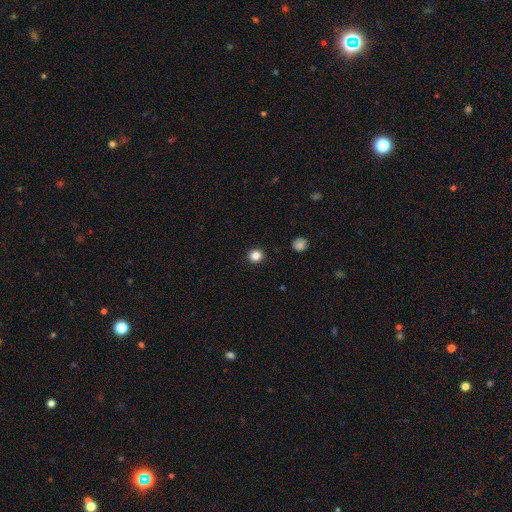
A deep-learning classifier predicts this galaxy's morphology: The model was most divided on "smooth or featured": smooth: 84%, star or artifact: 12%, featured or disk: 4%. More confident: merging — none (93%); how rounded — round (90%).